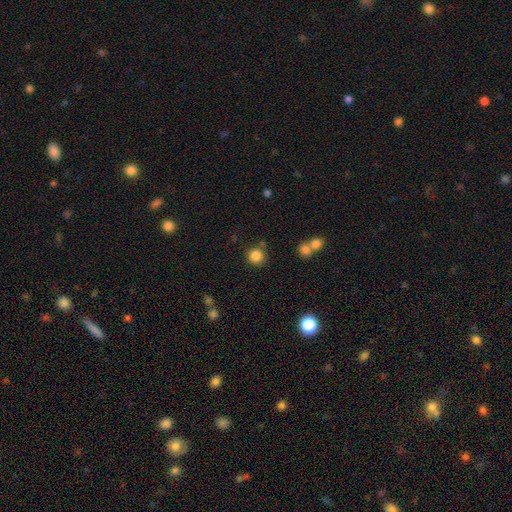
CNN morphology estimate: The model was most divided on "smooth or featured": smooth: 84%, star or artifact: 12%, featured or disk: 5%. More confident: how rounded — round (94%); merging — none (81%).